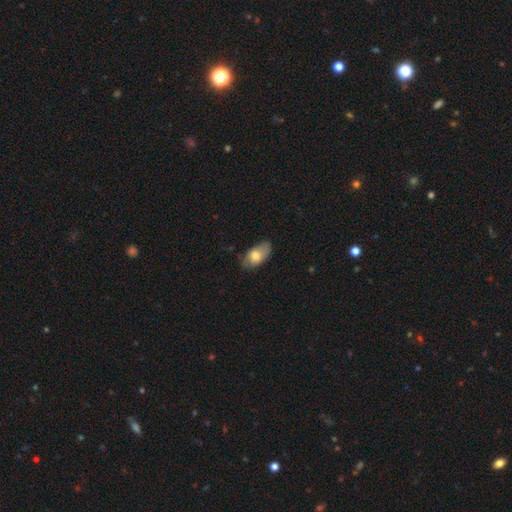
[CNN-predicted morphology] Q: Smooth or featured?
A: smooth (71%); runner-up: featured or disk (22%)
Q: How rounded?
A: in between (91%); runner-up: round (6%)
Q: Merging?
A: none (59%); runner-up: minor disturbance (32%)